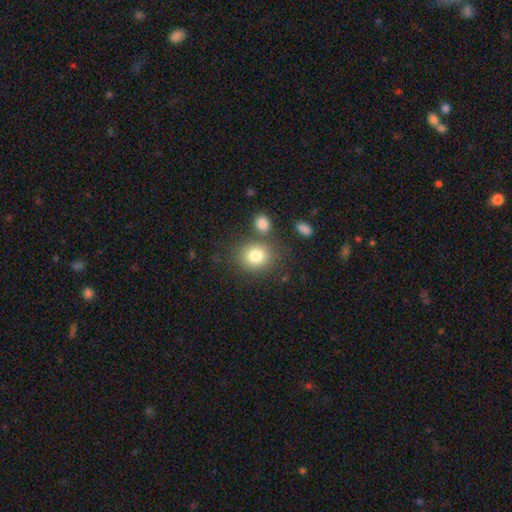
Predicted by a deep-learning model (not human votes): A smooth galaxy with no disk features (81%) that is round (70%).

Vote fractions:
- Smooth or featured? smooth: 81% / star or artifact: 11% / featured or disk: 9%
- How rounded? round: 70% / in between: 29% / cigar-shaped: 1%
- Merging? none: 73% / merger: 12% / minor disturbance: 11% / major disturbance: 4%